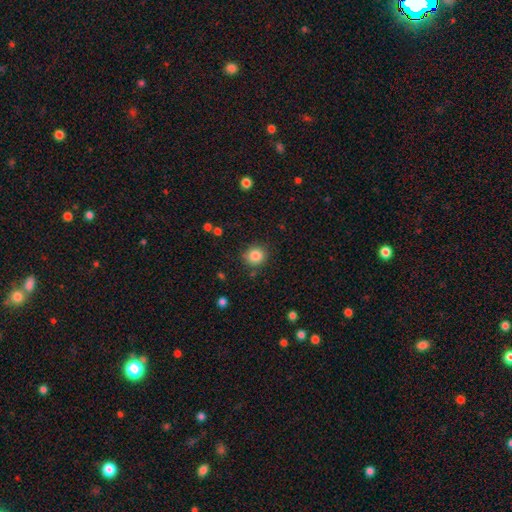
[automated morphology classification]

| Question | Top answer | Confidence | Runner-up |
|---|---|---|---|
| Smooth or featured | smooth | 84% | star or artifact (10%) |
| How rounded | round | 88% | in between (11%) |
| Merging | none | 86% | minor disturbance (9%) |